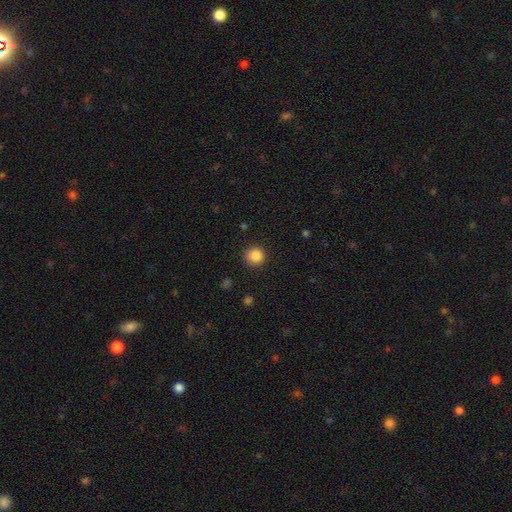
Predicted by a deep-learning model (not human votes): This appears to be a smooth galaxy with no disk features (86%) that is round (93%). Merging: none (89%).